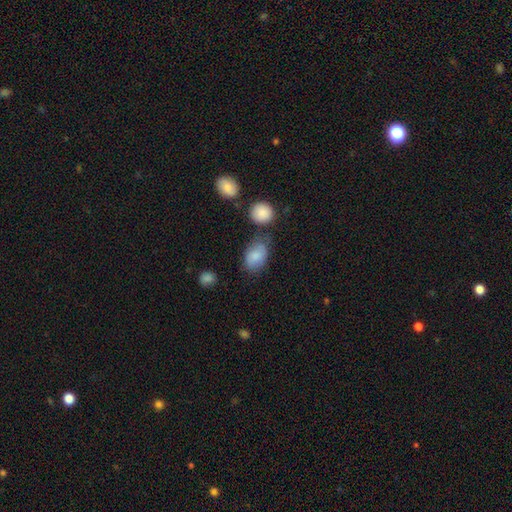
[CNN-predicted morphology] Smooth or featured?
  - smooth: 83% *
  - featured or disk: 9%
  - star or artifact: 7%
How rounded?
  - in between: 84% *
  - round: 15%
  - cigar-shaped: 1%
Merging?
  - none: 60% *
  - minor disturbance: 23%
  - merger: 11%
  - major disturbance: 7%